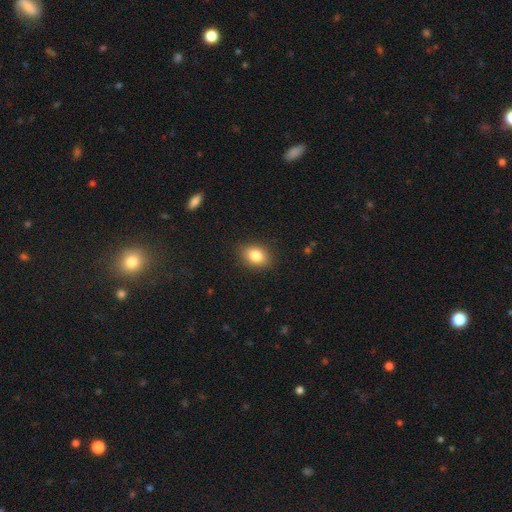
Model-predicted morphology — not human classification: Q: Smooth or featured?
A: smooth (84%); runner-up: star or artifact (9%)
Q: How rounded?
A: in between (75%); runner-up: round (24%)
Q: Merging?
A: none (87%); runner-up: minor disturbance (9%)